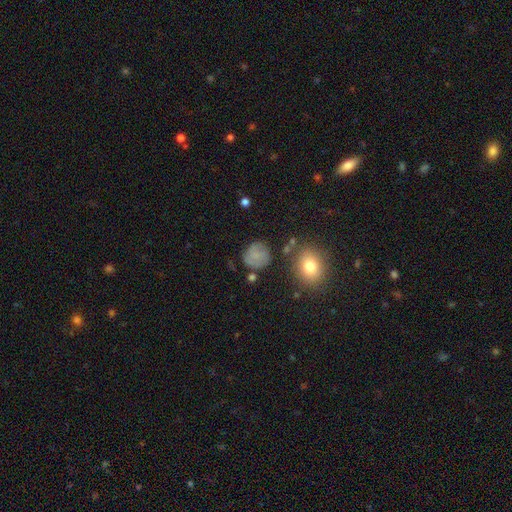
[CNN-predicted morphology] smooth 62%, featured or disk 28%, star or artifact 10%. Down the decision tree: how rounded — round (83%); merging — none (70%).